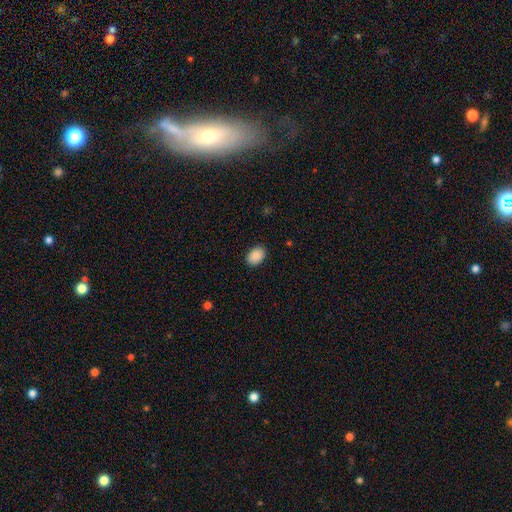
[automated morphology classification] Smooth or featured?
  - smooth: 89% *
  - star or artifact: 7%
  - featured or disk: 3%
How rounded?
  - in between: 83% *
  - round: 16%
  - cigar-shaped: 1%
Merging?
  - none: 88% *
  - minor disturbance: 8%
  - major disturbance: 2%
  - merger: 1%